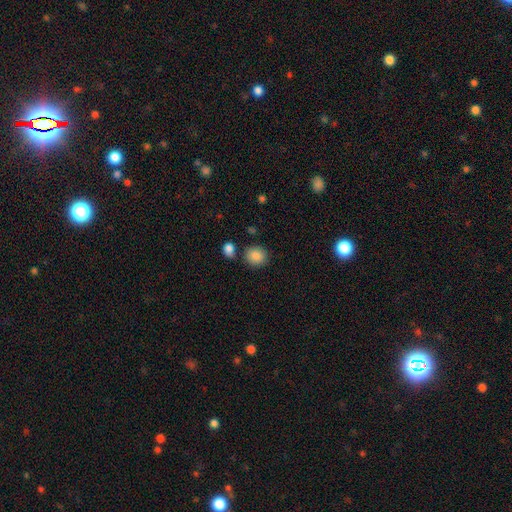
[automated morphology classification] smooth-or-featured: smooth: 87% | star or artifact: 8% | featured or disk: 5%
  how-rounded: round: 77% | in between: 22% | cigar-shaped: 1%
  merging: none: 80% | minor disturbance: 10% | merger: 7% | major disturbance: 3%